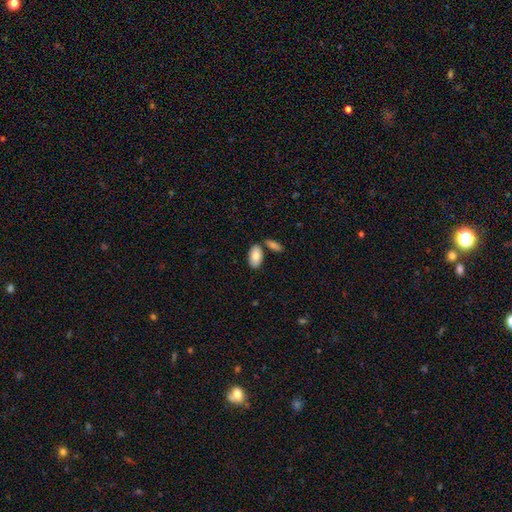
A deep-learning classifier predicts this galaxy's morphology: This is clearly a smooth galaxy (85%). How rounded: clearly in between (95%). Merging: likely none (72%).